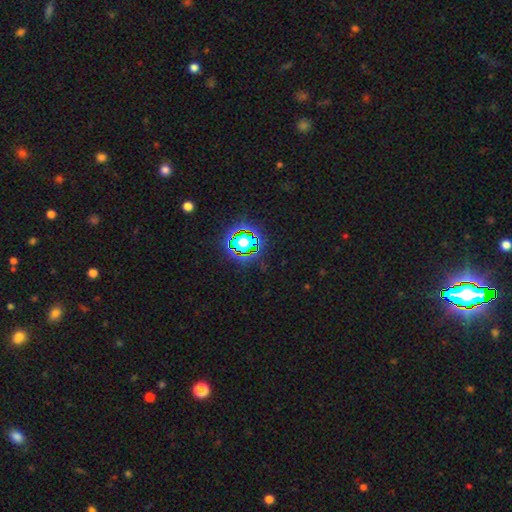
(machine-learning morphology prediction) A star or artifact, not a galaxy (80%).